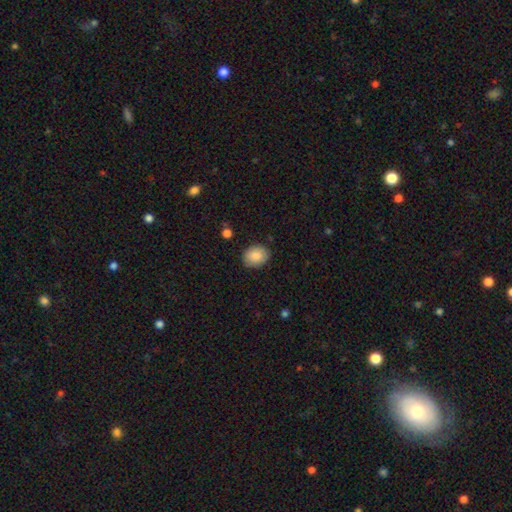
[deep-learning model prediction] Overall: smooth (87%). How rounded: in between (52%; round 47%). Merging: none (84%).